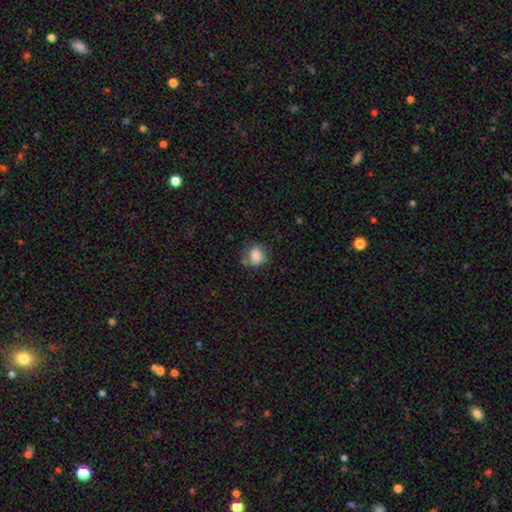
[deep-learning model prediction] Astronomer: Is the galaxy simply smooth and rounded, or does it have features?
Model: smooth — 79%.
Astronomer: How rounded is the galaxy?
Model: round — 69%.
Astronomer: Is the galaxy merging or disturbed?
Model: none — 59%.